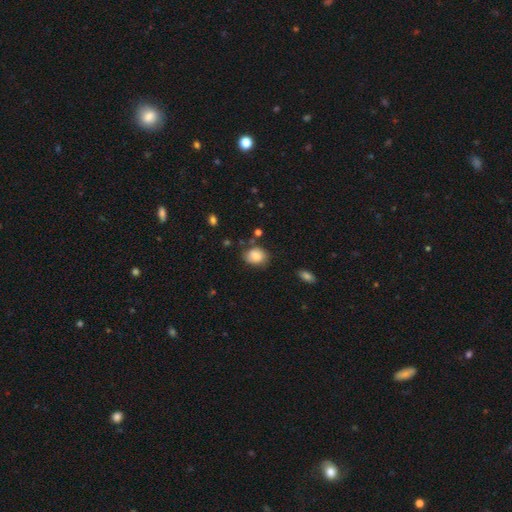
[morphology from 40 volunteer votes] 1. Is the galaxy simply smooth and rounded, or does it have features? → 82% smooth, 12% star or artifact, 5% featured or disk.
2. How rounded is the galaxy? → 64% in between, 36% round, 0% cigar-shaped.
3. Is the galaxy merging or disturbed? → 71% none, 23% minor disturbance, 3% major disturbance, 3% merger.